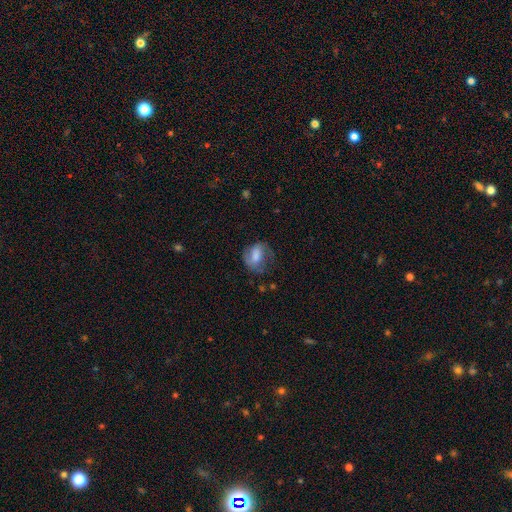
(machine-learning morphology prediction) smooth 47%, featured or disk 45%, star or artifact 8%. Down the decision tree: merging — none (50%).